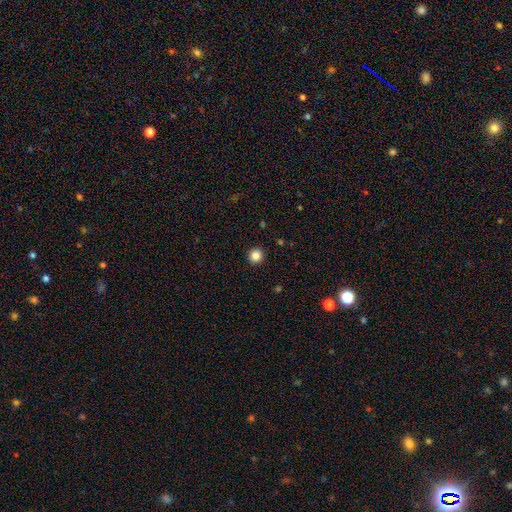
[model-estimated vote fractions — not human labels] Morphology: type=smooth (85%); roundness=round (94%); merging=none (93%).